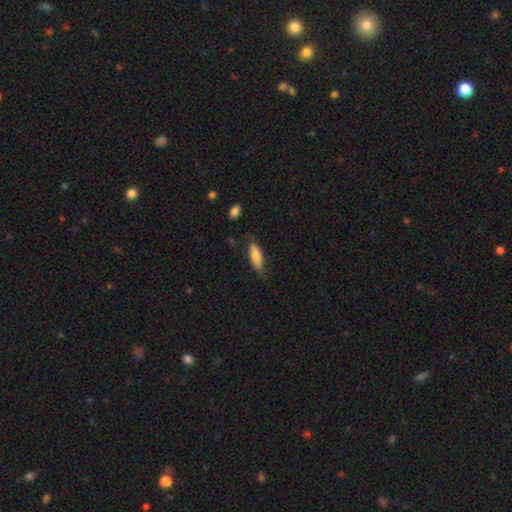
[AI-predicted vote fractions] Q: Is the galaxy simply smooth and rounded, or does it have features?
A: smooth — 78%.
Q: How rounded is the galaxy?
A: in between — 64%.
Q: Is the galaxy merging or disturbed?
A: none — 61%.